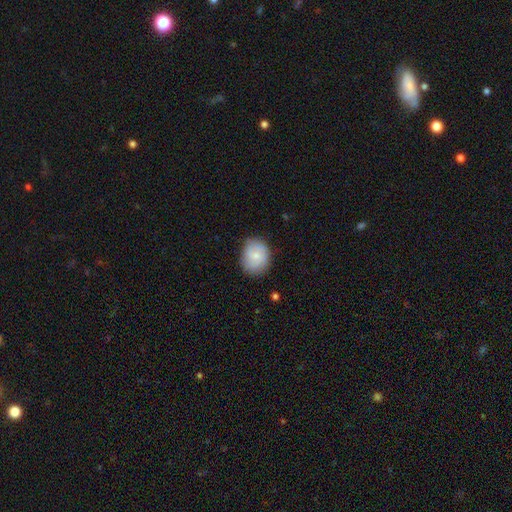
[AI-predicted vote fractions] smooth 75%, featured or disk 18%, star or artifact 7%. Down the decision tree: how rounded — round (64%); merging — none (75%).